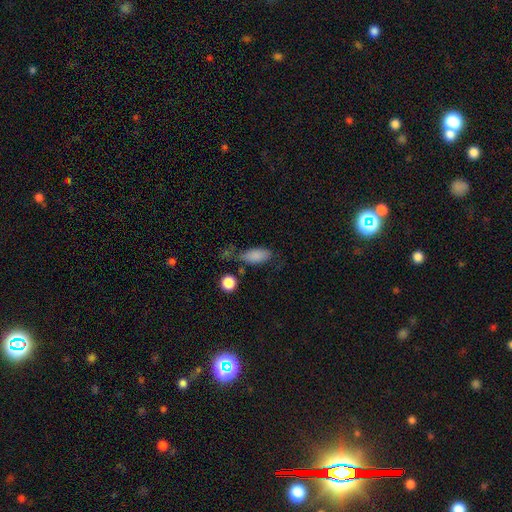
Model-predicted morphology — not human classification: Smooth or featured?
  - smooth: 84% *
  - star or artifact: 8%
  - featured or disk: 8%
How rounded?
  - in between: 84% *
  - cigar-shaped: 12%
  - round: 4%
Merging?
  - none: 57% *
  - minor disturbance: 25%
  - major disturbance: 10%
  - merger: 8%